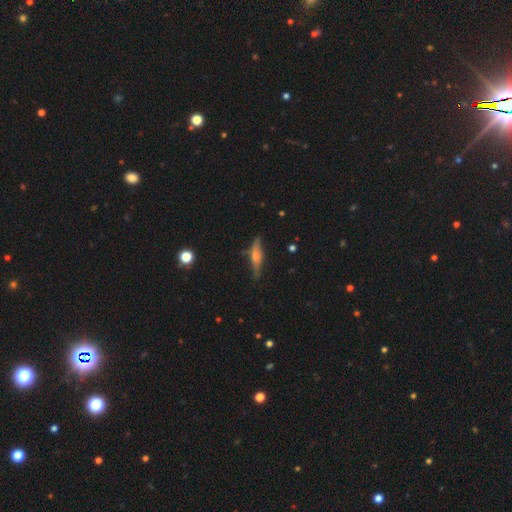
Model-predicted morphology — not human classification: This appears to be a featured or disk galaxy (64%) viewed edge-on (94%) with a rounded central bulge (86%). Merging: none (83%).